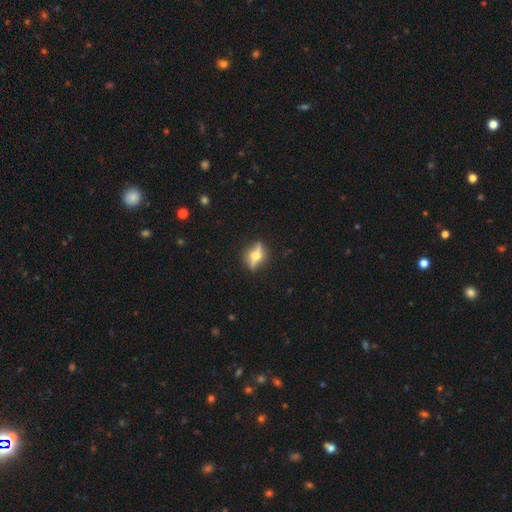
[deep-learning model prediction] Smooth or featured: featured or disk — 69% (smooth — 23%)
Edge-on disk: yes — 80% (no — 20%)
Edge-on bulge: rounded — 96% (boxy — 3%)
Merging: none — 82% (minor disturbance — 12%)